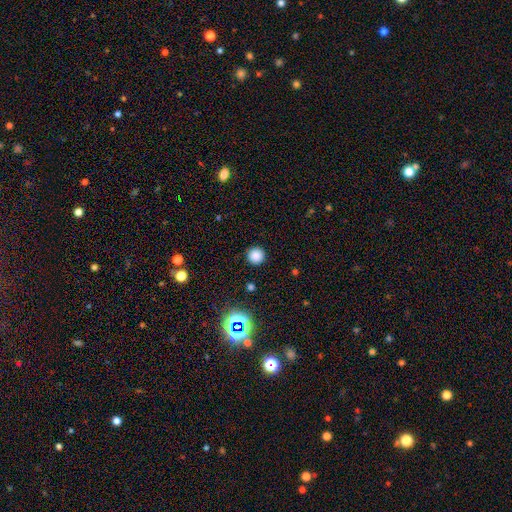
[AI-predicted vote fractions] Smooth or featured? Predicted: smooth (p=0.81). How rounded? Predicted: round (p=0.96). Merging? Predicted: none (p=0.91).